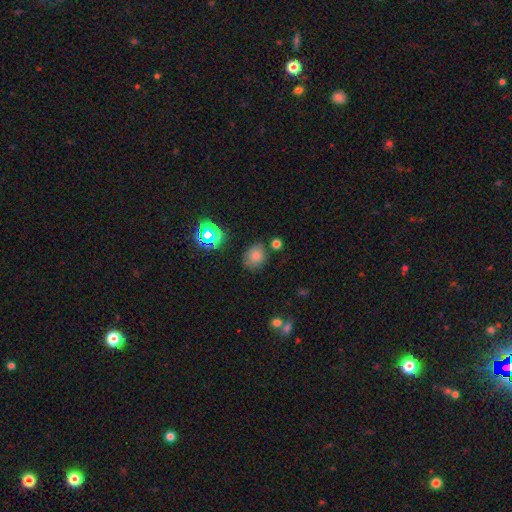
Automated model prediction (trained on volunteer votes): Smooth or featured?
  - smooth: 73% *
  - star or artifact: 19%
  - featured or disk: 8%
How rounded?
  - round: 57% *
  - in between: 42%
  - cigar-shaped: 1%
Merging?
  - none: 75% *
  - minor disturbance: 15%
  - merger: 5%
  - major disturbance: 4%